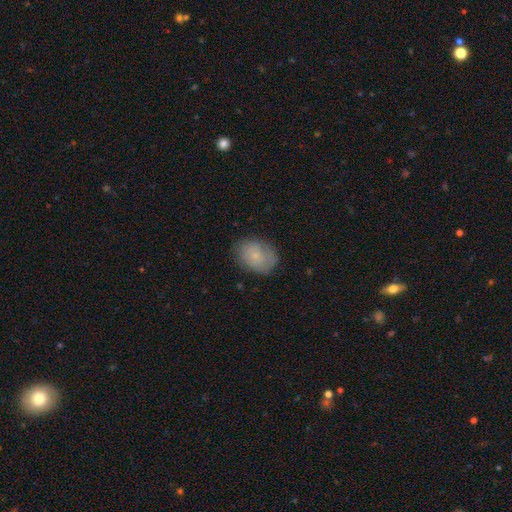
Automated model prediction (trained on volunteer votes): smooth-or-featured: smooth: 69% | featured or disk: 22% | star or artifact: 8%
  how-rounded: in between: 65% | round: 33% | cigar-shaped: 1%
  merging: none: 73% | minor disturbance: 20% | major disturbance: 6% | merger: 1%